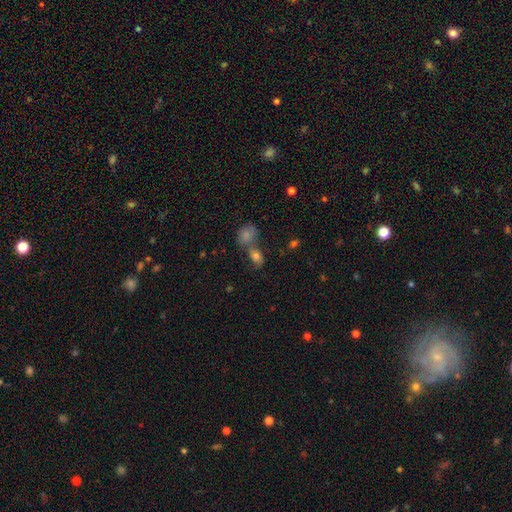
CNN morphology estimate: Q: Smooth or featured?
A: smooth (69%); runner-up: featured or disk (16%)
Q: How rounded?
A: in between (76%); runner-up: round (21%)
Q: Merging?
A: merger (42%); runner-up: none (40%)